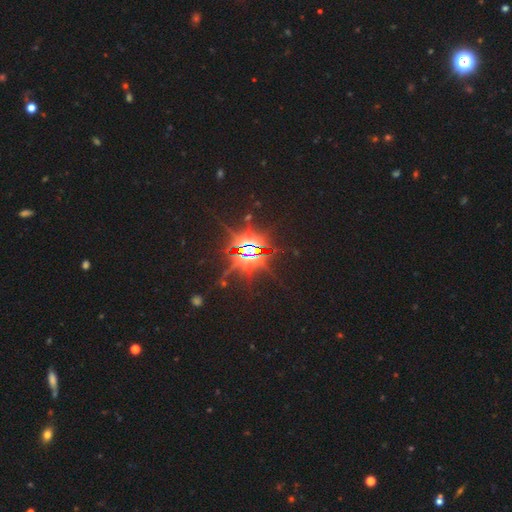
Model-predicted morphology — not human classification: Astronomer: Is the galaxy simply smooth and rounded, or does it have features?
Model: star or artifact — 87%.